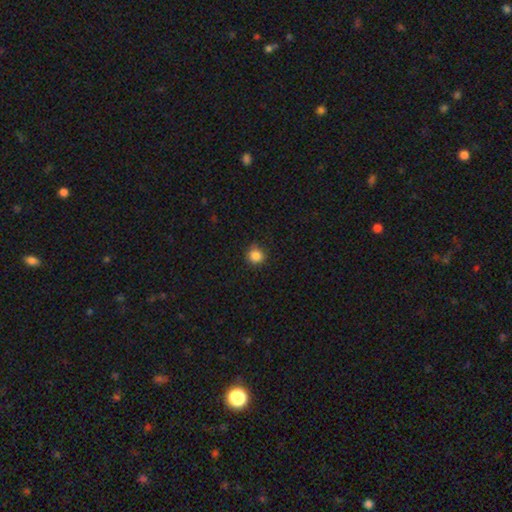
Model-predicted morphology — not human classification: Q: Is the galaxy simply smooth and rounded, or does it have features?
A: smooth — 86%.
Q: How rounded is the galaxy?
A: round — 91%.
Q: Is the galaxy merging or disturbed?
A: none — 84%.